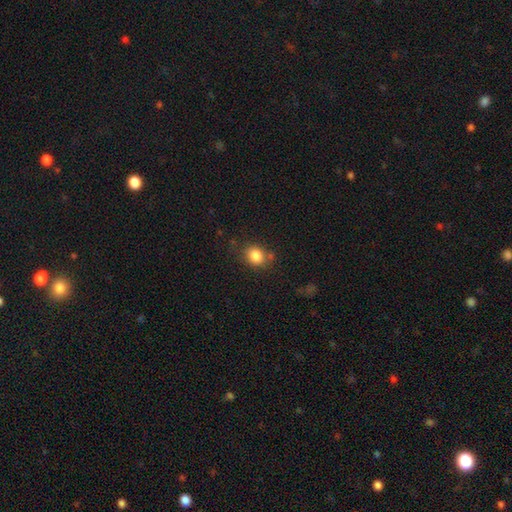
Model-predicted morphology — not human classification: A smooth galaxy with no disk features (83%) that is round (60%).

Vote fractions:
- Smooth or featured? smooth: 83% / star or artifact: 10% / featured or disk: 6%
- How rounded? round: 60% / in between: 39% / cigar-shaped: 1%
- Merging? none: 74% / minor disturbance: 16% / merger: 6% / major disturbance: 5%